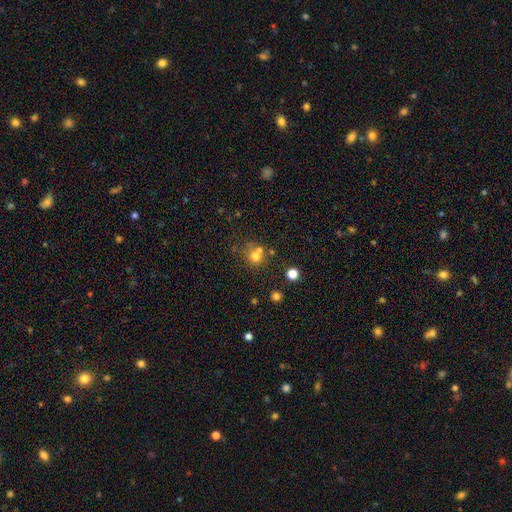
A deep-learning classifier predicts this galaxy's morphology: Q: Smooth or featured?
A: smooth (69%); runner-up: star or artifact (17%)
Q: How rounded?
A: round (85%); runner-up: in between (14%)
Q: Merging?
A: none (52%); runner-up: merger (33%)